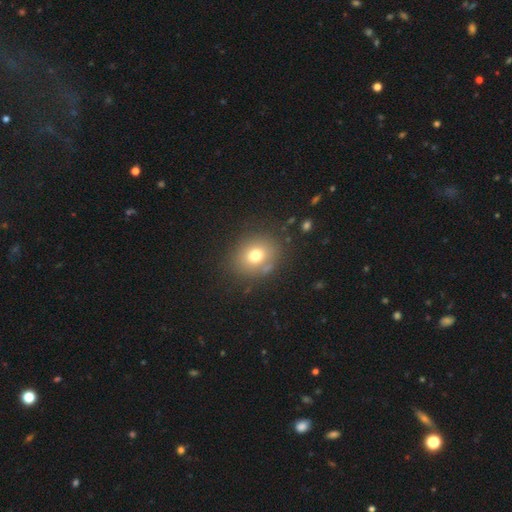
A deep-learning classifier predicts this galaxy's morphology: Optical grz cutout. It shows a smooth galaxy with no disk features (72%) that is round (68%). Merging: none (81%).